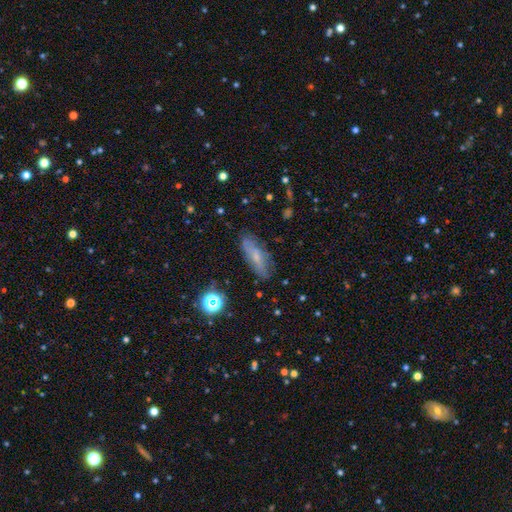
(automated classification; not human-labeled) Smooth or featured?
  - smooth: 54% *
  - featured or disk: 33%
  - star or artifact: 12%
How rounded?
  - in between: 63% *
  - cigar-shaped: 34%
  - round: 4%
Merging?
  - none: 74% *
  - minor disturbance: 19%
  - major disturbance: 5%
  - merger: 2%